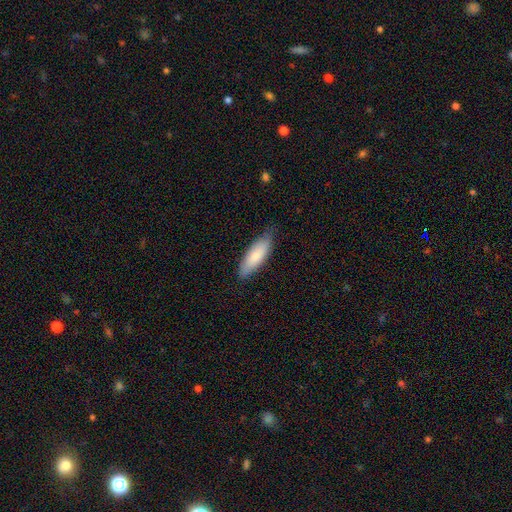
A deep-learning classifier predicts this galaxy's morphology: Smooth or featured? Predicted: smooth (p=0.83). How rounded? Predicted: in between (p=0.55). Merging? Predicted: none (p=0.77).